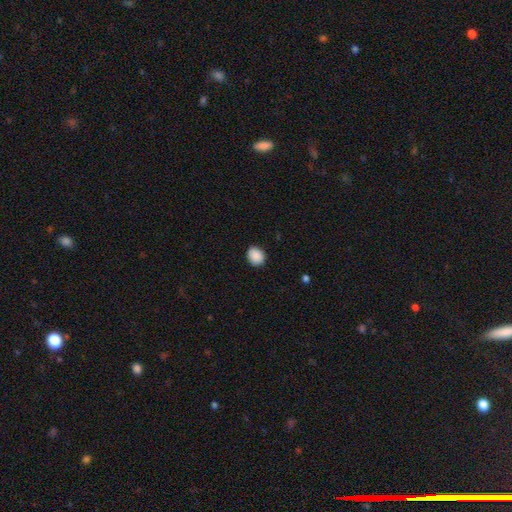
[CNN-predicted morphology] type=smooth (90%); roundness=round (62%); merging=none (89%).